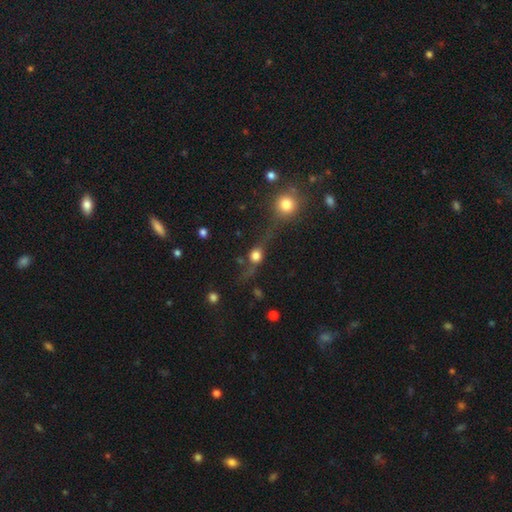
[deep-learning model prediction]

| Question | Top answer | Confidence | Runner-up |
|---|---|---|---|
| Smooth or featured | smooth | 56% | featured or disk (26%) |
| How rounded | round | 73% | in between (19%) |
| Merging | none | 49% | merger (20%) |